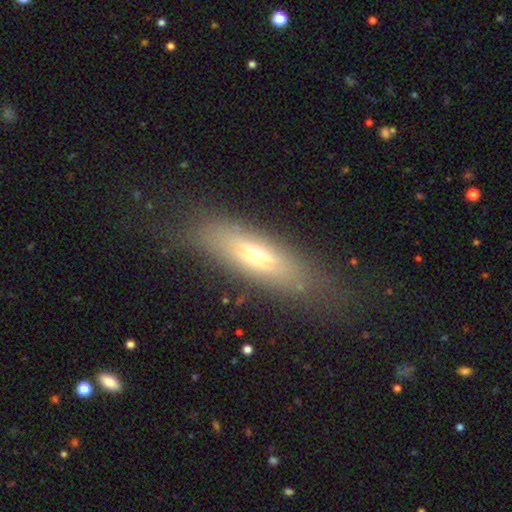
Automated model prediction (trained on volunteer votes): Overall: smooth (50%; featured or disk 41%). Merging: none (72%).